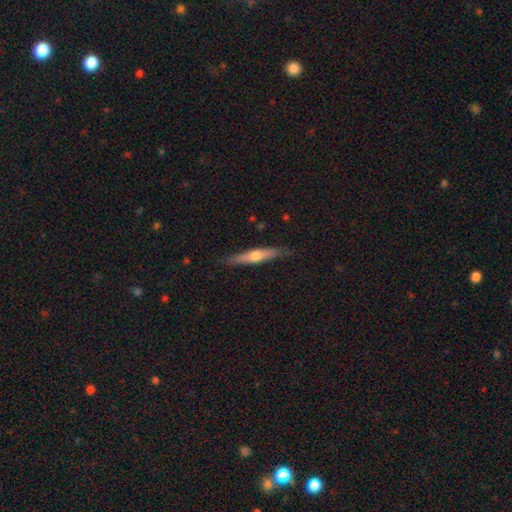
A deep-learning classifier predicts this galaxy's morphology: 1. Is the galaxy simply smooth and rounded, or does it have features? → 51% featured or disk, 44% smooth, 5% star or artifact.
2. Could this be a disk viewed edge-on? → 94% yes, 6% no.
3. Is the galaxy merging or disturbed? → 83% none, 13% minor disturbance, 2% major disturbance, 1% merger.